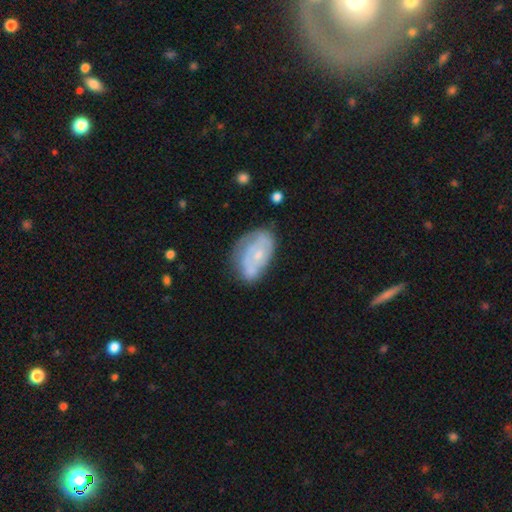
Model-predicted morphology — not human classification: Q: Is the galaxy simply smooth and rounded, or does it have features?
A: featured or disk — 64%.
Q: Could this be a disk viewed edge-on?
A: no — 96%.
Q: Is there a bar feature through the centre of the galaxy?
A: no — 74%.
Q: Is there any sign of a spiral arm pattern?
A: yes — 70%.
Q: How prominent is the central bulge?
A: small — 65%.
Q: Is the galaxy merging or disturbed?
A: none — 51%.